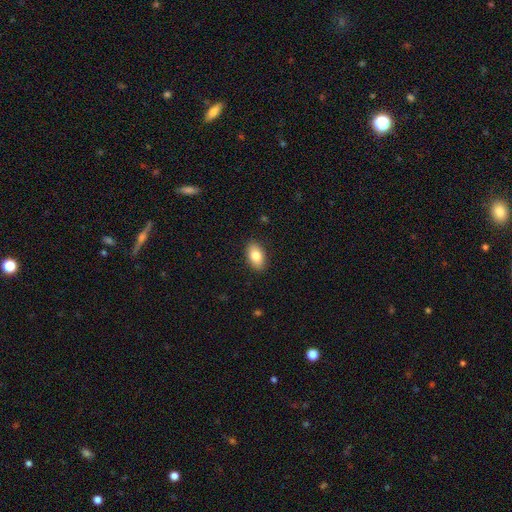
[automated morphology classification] Smooth or featured: smooth — 81% (featured or disk — 12%)
How rounded: in between — 92% (round — 6%)
Merging: none — 89% (minor disturbance — 8%)